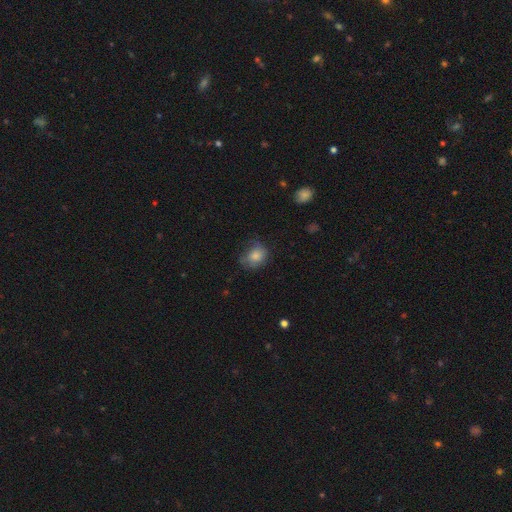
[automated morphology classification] Overall: smooth (78%). How rounded: round (61%; in between 38%). Merging: none (56%; minor disturbance 29%).